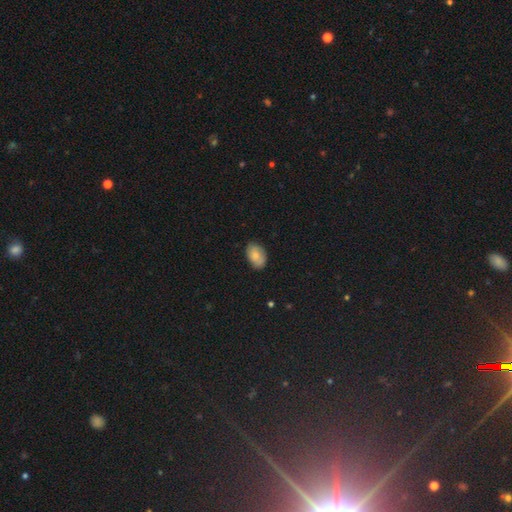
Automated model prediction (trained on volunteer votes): Morphology: type=smooth (78%); roundness=in between (87%); merging=none (81%).